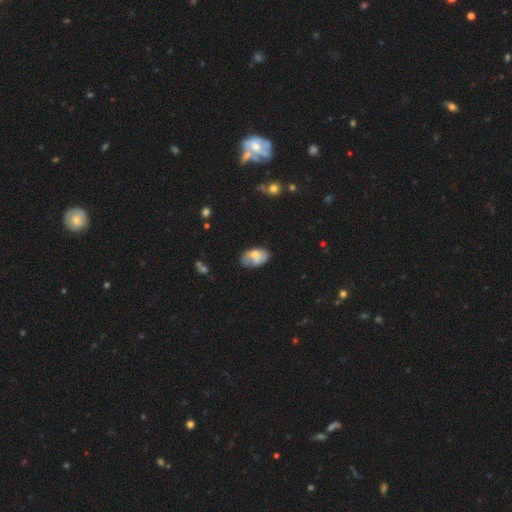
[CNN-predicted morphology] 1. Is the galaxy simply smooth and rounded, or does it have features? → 62% smooth, 30% featured or disk, 8% star or artifact.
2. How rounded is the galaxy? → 90% in between, 9% round, 1% cigar-shaped.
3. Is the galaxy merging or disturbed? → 47% none, 34% minor disturbance, 11% major disturbance, 8% merger.